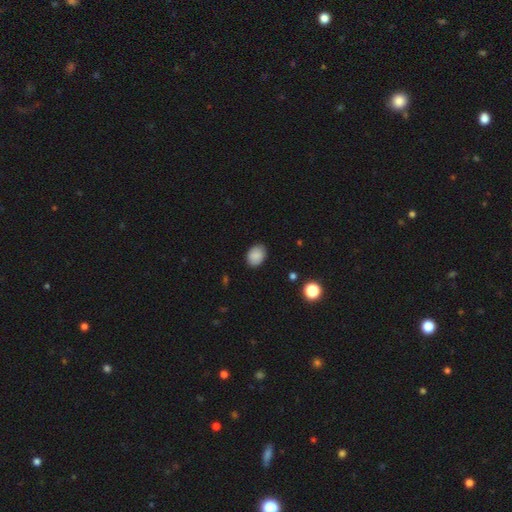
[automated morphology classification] smooth_or_featured: smooth (p=0.87) [alt: star or artifact p=0.08]
how_rounded: in between (p=0.68) [alt: round p=0.31]
merging: none (p=0.86) [alt: minor disturbance p=0.11]